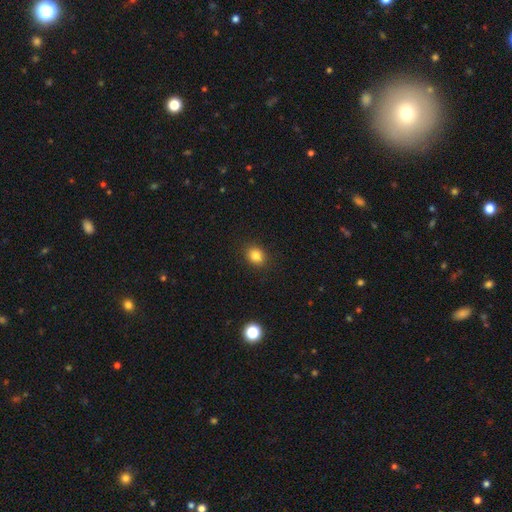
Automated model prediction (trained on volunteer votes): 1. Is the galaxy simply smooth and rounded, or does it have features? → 84% smooth, 11% star or artifact, 5% featured or disk.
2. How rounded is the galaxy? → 60% round, 39% in between, 1% cigar-shaped.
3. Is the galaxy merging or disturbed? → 89% none, 7% minor disturbance, 2% major disturbance, 1% merger.